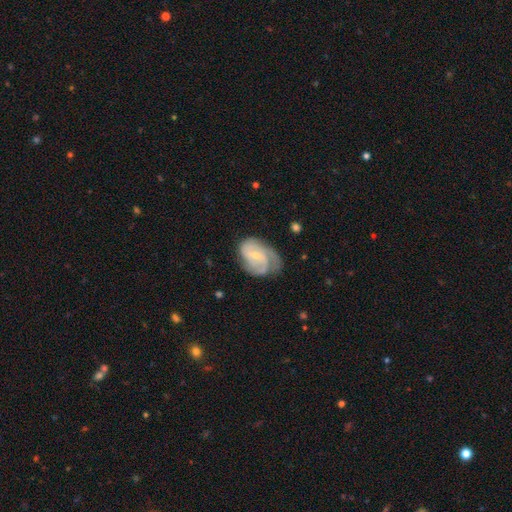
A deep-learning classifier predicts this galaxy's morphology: Q: Smooth or featured?
A: featured or disk (81%); runner-up: smooth (14%)
Q: Edge-on disk?
A: no (98%); runner-up: yes (2%)
Q: Bar?
A: no (49%); runner-up: weak (41%)
Q: Spiral arms?
A: yes (95%); runner-up: no (5%)
Q: Spiral winding?
A: tight (43%); tied with: medium (43%)
Q: Spiral arm count?
A: 2 (41%); runner-up: 3 (26%)
Q: Bulge size?
A: small (69%); runner-up: moderate (26%)
Q: Merging?
A: none (55%); runner-up: minor disturbance (28%)